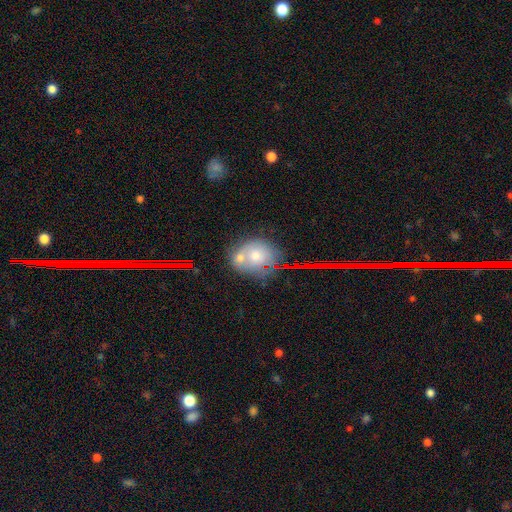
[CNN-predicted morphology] This is likely a smooth galaxy (64%). How rounded: likely round (63%). Merging: possibly merger (48%).